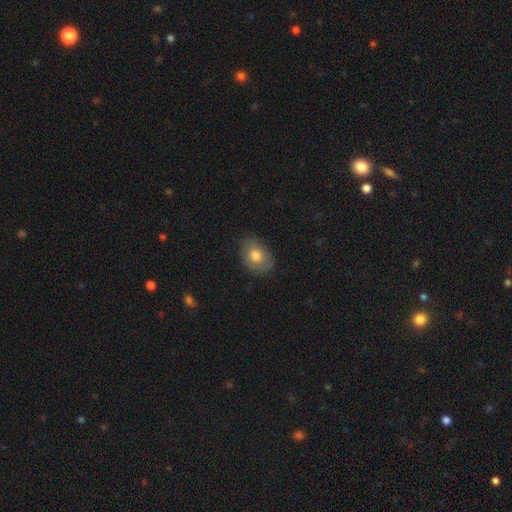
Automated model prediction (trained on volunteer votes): Smooth or featured?
  - smooth: 75% *
  - featured or disk: 18%
  - star or artifact: 7%
How rounded?
  - in between: 77% *
  - round: 22%
  - cigar-shaped: 1%
Merging?
  - none: 78% *
  - minor disturbance: 17%
  - major disturbance: 4%
  - merger: 1%